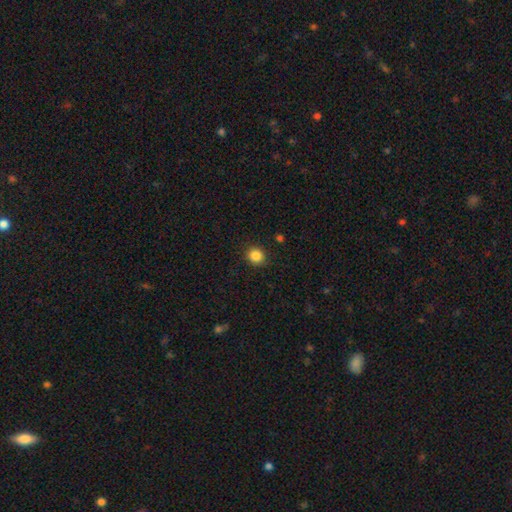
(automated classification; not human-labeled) A smooth galaxy with no disk features (86%) that is round (84%). Merging: none (89%).